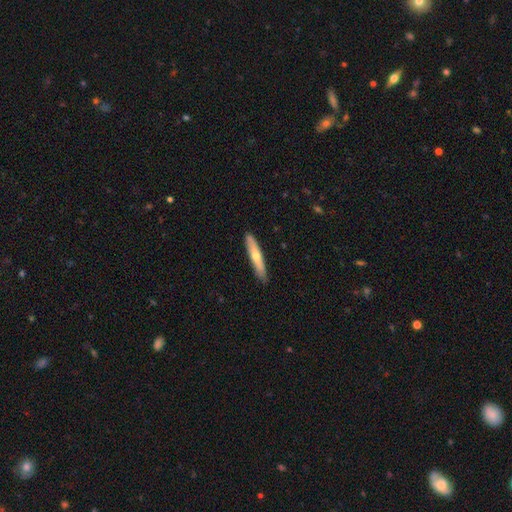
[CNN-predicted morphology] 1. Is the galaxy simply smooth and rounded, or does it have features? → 50% smooth, 44% featured or disk, 6% star or artifact.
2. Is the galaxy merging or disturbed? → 89% none, 9% minor disturbance, 1% major disturbance, 1% merger.